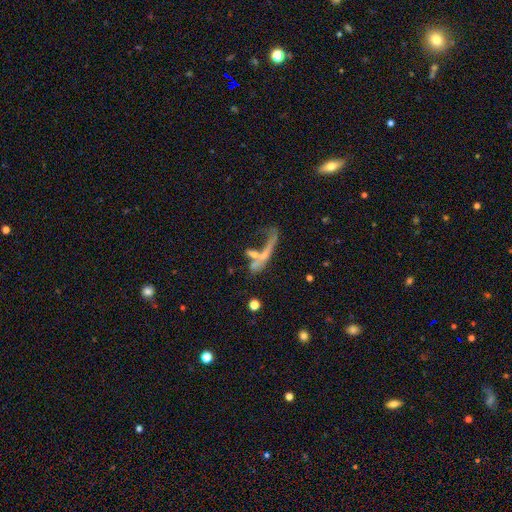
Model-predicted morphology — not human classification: A featured or disk galaxy (48%).

Vote fractions:
- Smooth or featured? featured or disk: 48% / smooth: 39% / star or artifact: 14%
- Merging? merger: 36% / none: 28% / major disturbance: 23% / minor disturbance: 12%